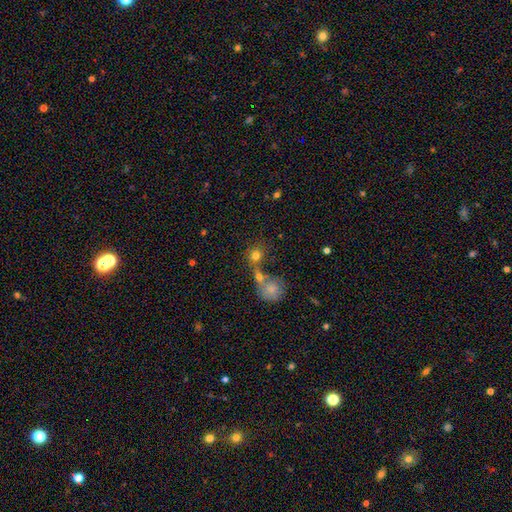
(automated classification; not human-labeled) smooth_or_featured: smooth (p=0.74) [alt: star or artifact p=0.14]
how_rounded: round (p=0.84) [alt: in between p=0.14]
merging: none (p=0.48) [alt: merger p=0.38]